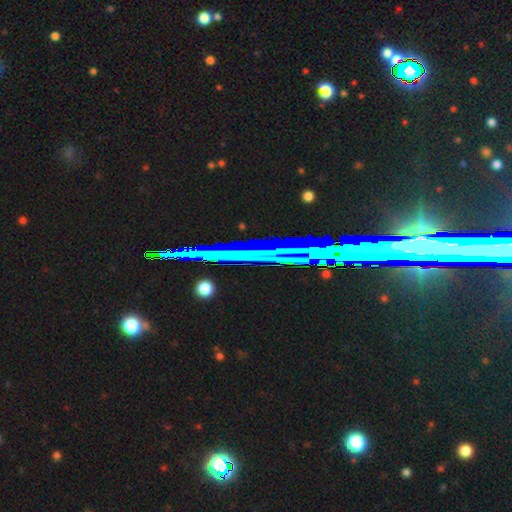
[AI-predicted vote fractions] Morphology: type=star or artifact (62%).